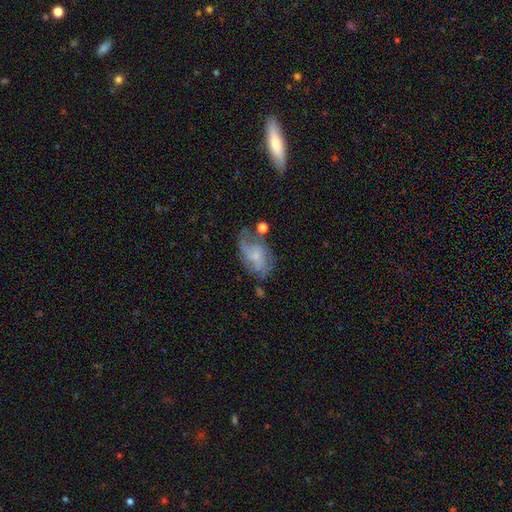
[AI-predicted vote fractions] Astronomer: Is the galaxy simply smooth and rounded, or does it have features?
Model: featured or disk — 62%.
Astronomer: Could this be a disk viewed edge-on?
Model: no — 96%.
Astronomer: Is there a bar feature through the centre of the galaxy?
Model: no — 62%.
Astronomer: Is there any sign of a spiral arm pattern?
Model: yes — 74%.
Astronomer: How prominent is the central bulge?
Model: small — 48% (runner-up: none, 26%).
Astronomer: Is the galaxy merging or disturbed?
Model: none — 43% (runner-up: minor disturbance, 26%).